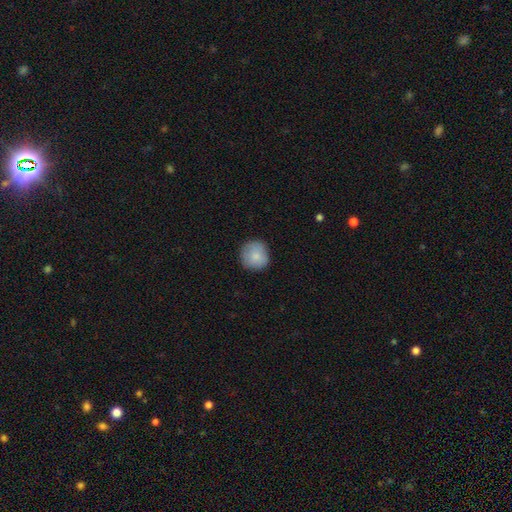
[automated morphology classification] type=smooth (85%); roundness=round (92%); merging=none (83%).